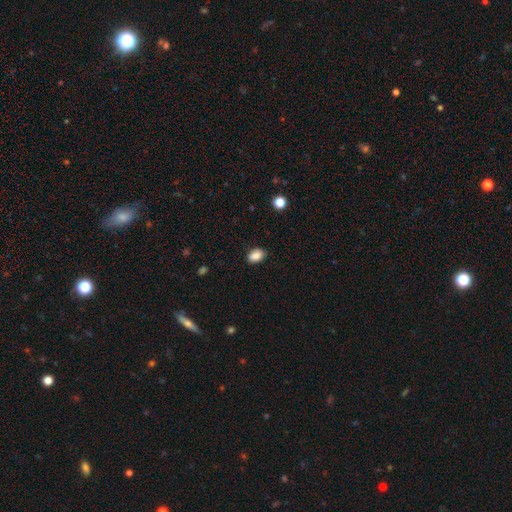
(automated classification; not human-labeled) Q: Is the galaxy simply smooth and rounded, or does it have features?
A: smooth — 87%.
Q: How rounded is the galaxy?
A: in between — 84%.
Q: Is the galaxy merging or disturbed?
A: none — 85%.